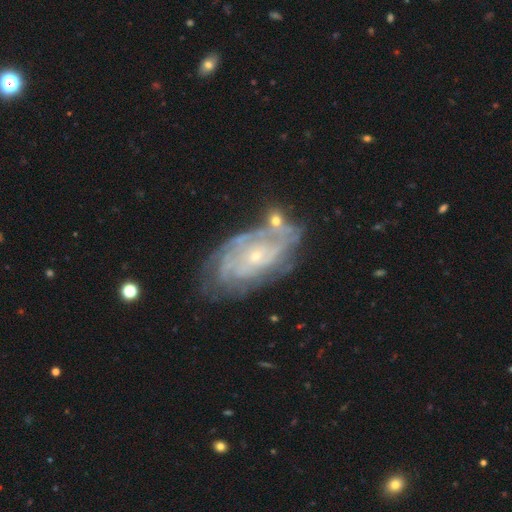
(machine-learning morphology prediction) A featured or disk galaxy (81%) with no bar (74%), tight (68%) spiral arms (88%) and a small central bulge (77%). Merging: none (61%).